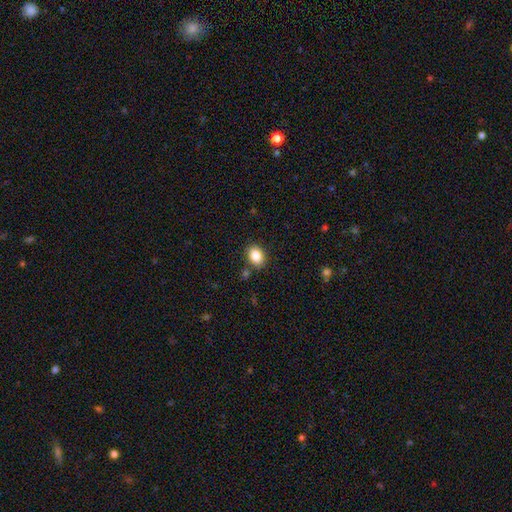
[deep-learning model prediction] A smooth galaxy with no disk features (86%) that is in between round and cigar-shaped (69%). Merging: none (85%).